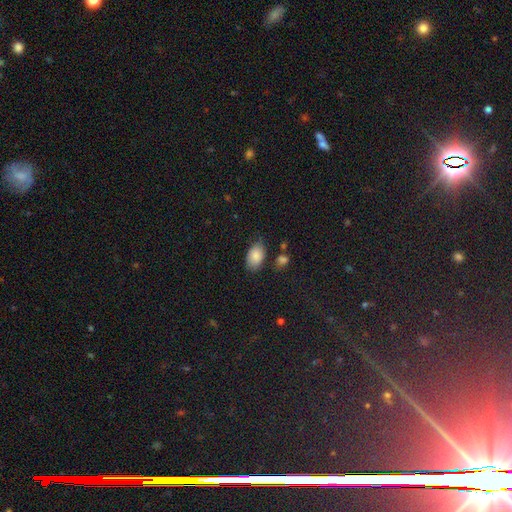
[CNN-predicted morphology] A smooth galaxy with no disk features (85%) that is in between round and cigar-shaped (90%). Merging: none (70%).